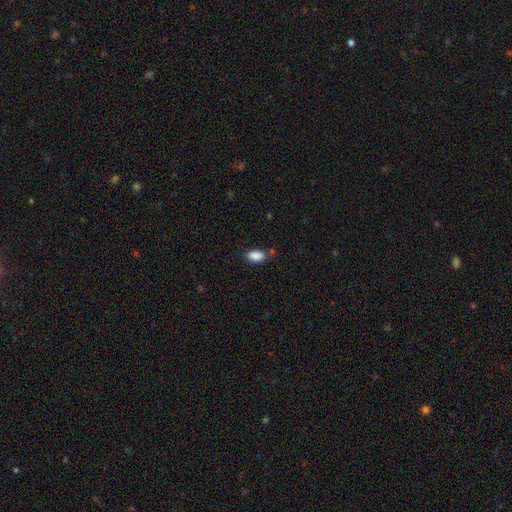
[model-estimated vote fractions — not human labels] Q: Smooth or featured?
A: smooth (89%); runner-up: star or artifact (8%)
Q: How rounded?
A: in between (92%); runner-up: round (5%)
Q: Merging?
A: none (76%); runner-up: minor disturbance (16%)